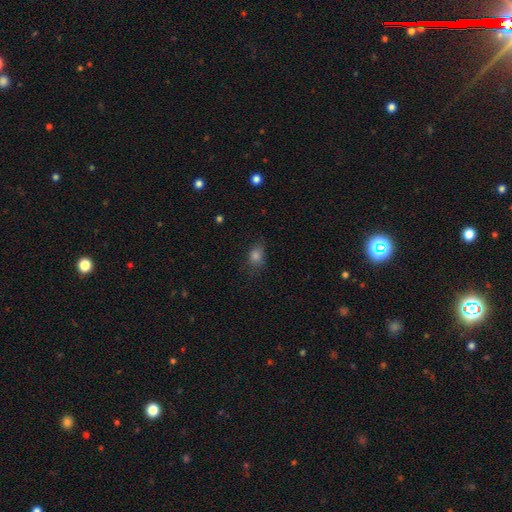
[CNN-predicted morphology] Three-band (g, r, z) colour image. It shows a smooth galaxy with no disk features (79%) that is in between round and cigar-shaped (63%). Merging: none (66%).